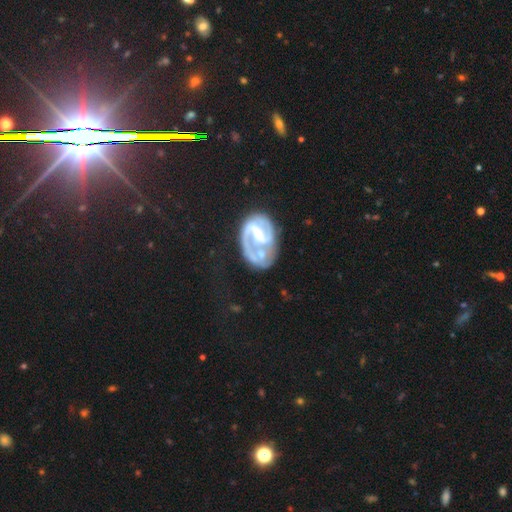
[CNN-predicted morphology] A featured or disk galaxy (87%) with a weak bar (45%), 2 (78%) medium (51%) spiral arms (93%) and a small central bulge (46%). Merging: none (42%).